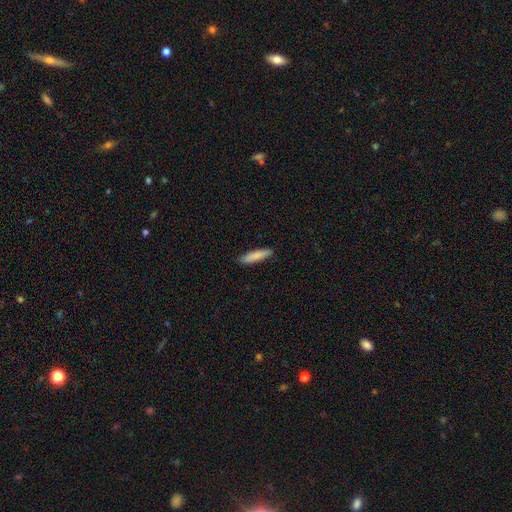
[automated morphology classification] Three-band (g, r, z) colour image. It shows a smooth galaxy with no disk features (85%) that is cigar-shaped (80%). Merging: none (89%).